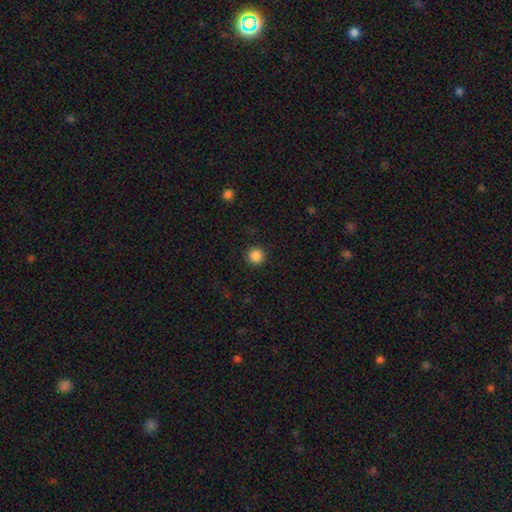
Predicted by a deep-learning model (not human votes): Smooth or featured?
  - smooth: 87% *
  - star or artifact: 11%
  - featured or disk: 3%
How rounded?
  - round: 95% *
  - in between: 4%
  - cigar-shaped: 1%
Merging?
  - none: 92% *
  - minor disturbance: 5%
  - major disturbance: 2%
  - merger: 1%